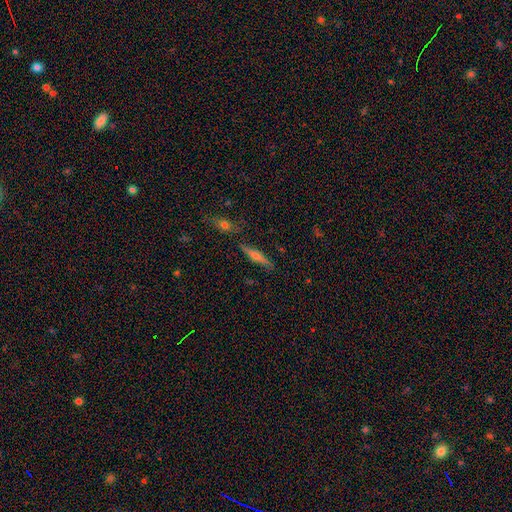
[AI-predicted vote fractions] featured or disk 55%, smooth 37%, star or artifact 9%. Down the decision tree: edge-on disk — yes (94%); edge-on bulge — rounded (82%); merging — none (84%).